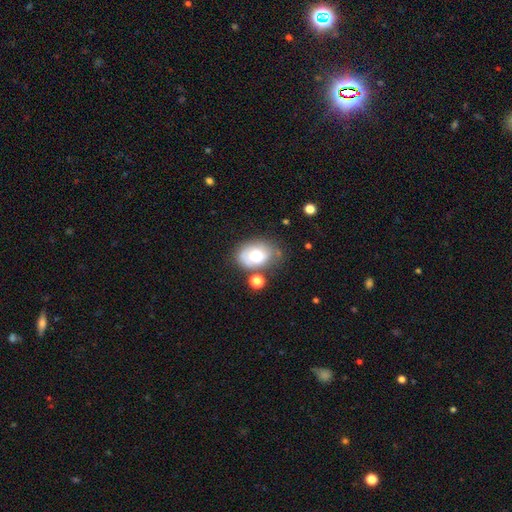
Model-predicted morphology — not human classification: This is likely a smooth galaxy (61%). How rounded: likely in between (63%). Merging: possibly none (55%).